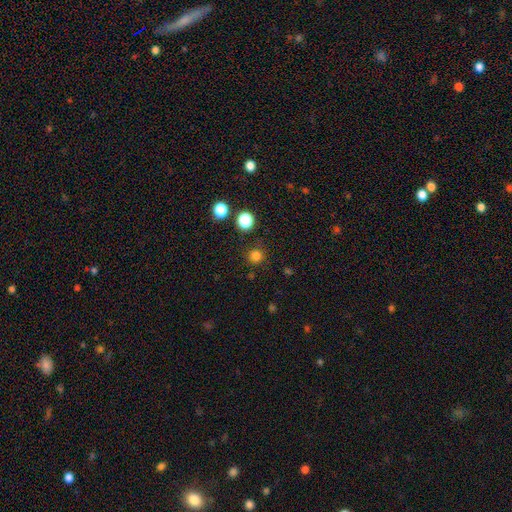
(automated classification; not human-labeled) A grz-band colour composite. It shows a smooth galaxy with no disk features (79%) that is round (94%). Merging: none (88%).